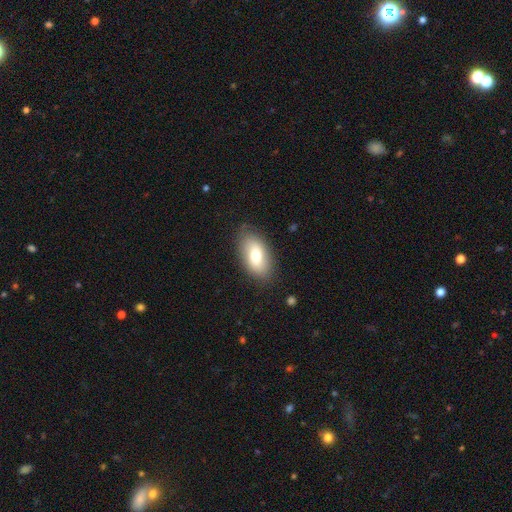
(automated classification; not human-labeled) Smooth or featured? smooth (74%)
How rounded? in between (92%)
Merging? none (82%)